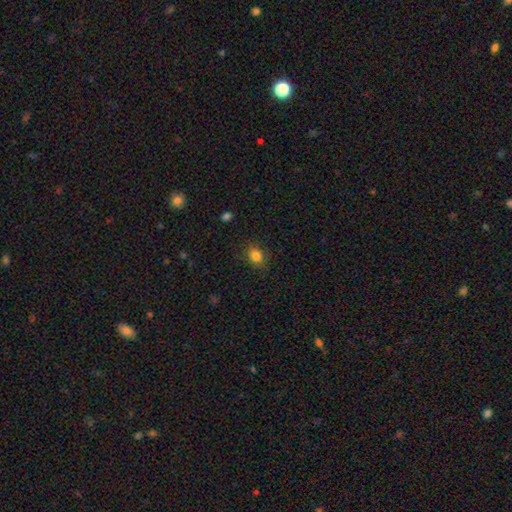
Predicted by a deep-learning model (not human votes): This is clearly a smooth galaxy (83%). How rounded: likely round (63%). Merging: clearly none (83%).